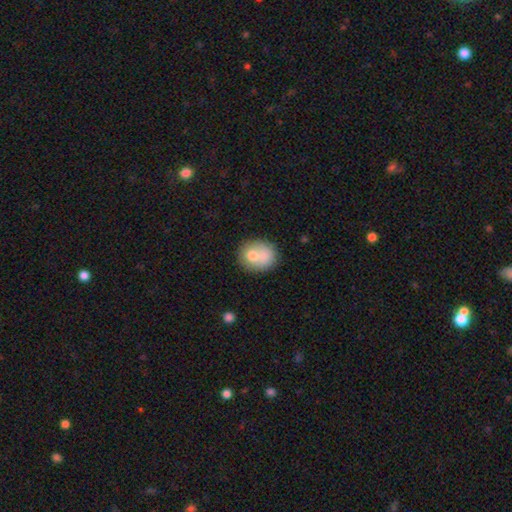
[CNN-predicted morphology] Smooth or featured? Predicted: smooth (p=0.72). How rounded? Predicted: round (p=0.71). Merging? Predicted: none (p=0.43).